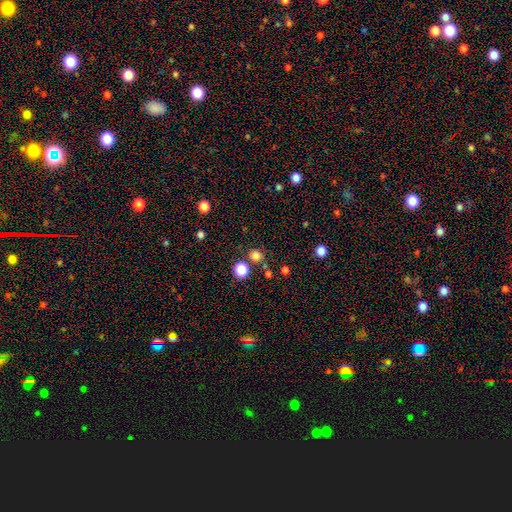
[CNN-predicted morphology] smooth_or_featured: smooth (p=0.79) [alt: star or artifact p=0.17]
how_rounded: round (p=0.88) [alt: in between p=0.11]
merging: none (p=0.77) [alt: merger p=0.11]